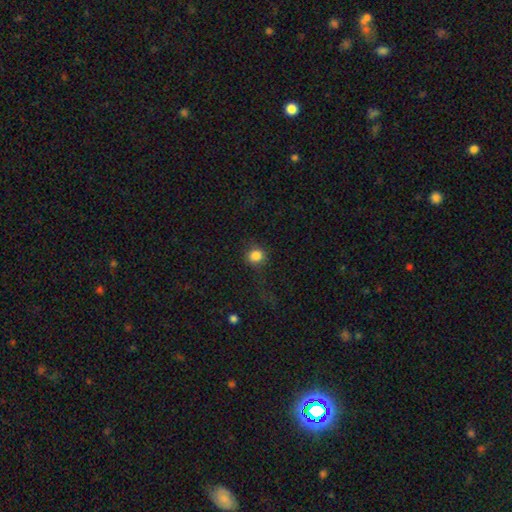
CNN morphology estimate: Smooth or featured? Predicted: smooth (p=0.84). How rounded? Predicted: round (p=0.88). Merging? Predicted: none (p=0.79).